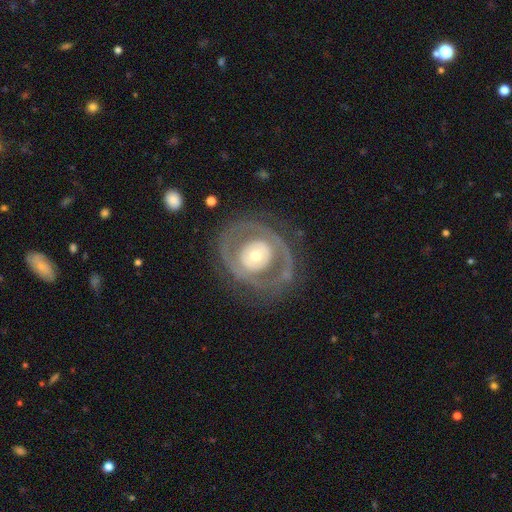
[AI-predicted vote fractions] Smooth or featured? featured or disk (70%)
Edge-on disk? no (95%)
Bar? no (78%)
Spiral arms? no (66%)
Bulge size? moderate (58%)
Merging? none (69%)